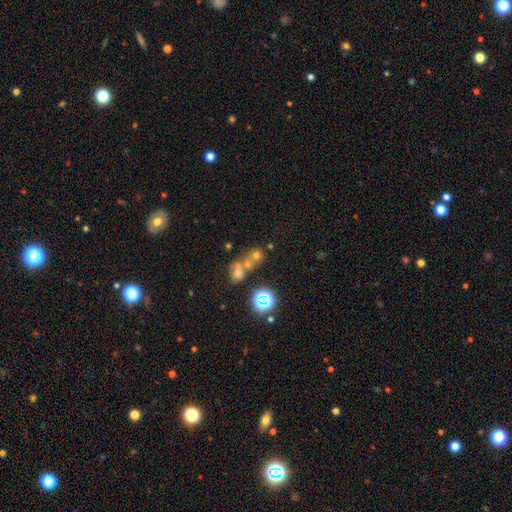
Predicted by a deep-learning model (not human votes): Smooth or featured: smooth — 51% (star or artifact — 32%)
How rounded: round — 74% (in between — 24%)
Merging: merger — 51% (none — 36%)